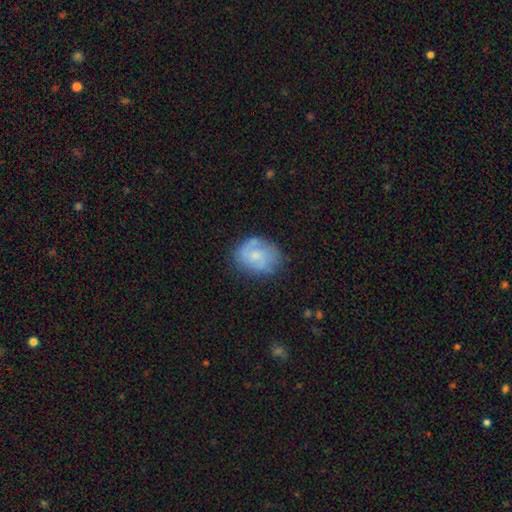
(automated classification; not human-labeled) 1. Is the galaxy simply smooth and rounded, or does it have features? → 47% smooth, 45% featured or disk, 8% star or artifact.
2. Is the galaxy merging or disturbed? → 63% none, 25% minor disturbance, 10% major disturbance, 3% merger.